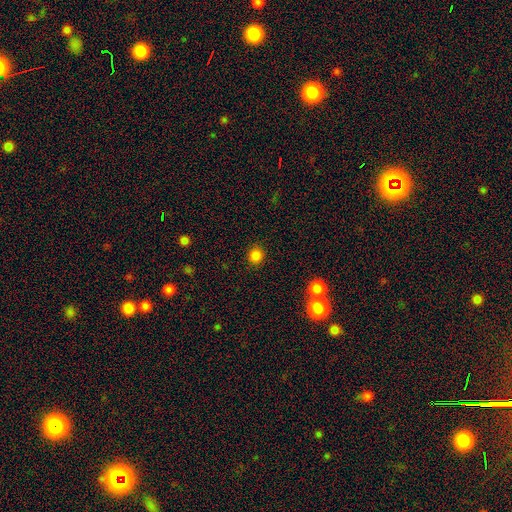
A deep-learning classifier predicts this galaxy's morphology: type=smooth (84%); roundness=round (86%); merging=none (88%).